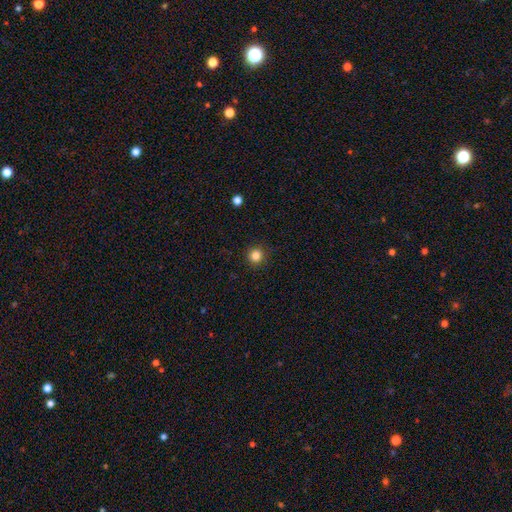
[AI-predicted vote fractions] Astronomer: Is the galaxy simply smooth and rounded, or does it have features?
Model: smooth — 84%.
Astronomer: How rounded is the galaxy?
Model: round — 95%.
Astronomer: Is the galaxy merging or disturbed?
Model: none — 91%.